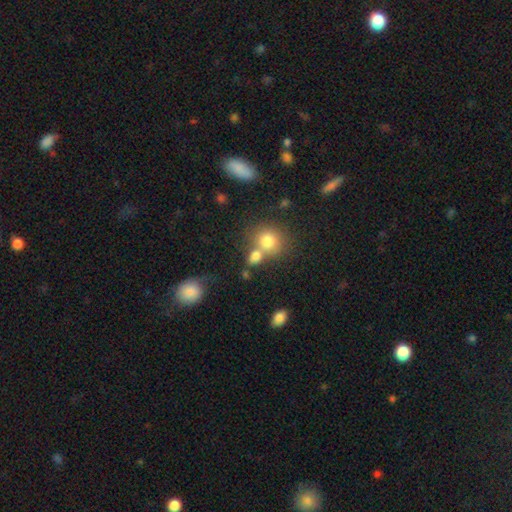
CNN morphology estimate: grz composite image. It shows a smooth galaxy with no disk features (77%) that is round (56%). Merging: merger (44%).